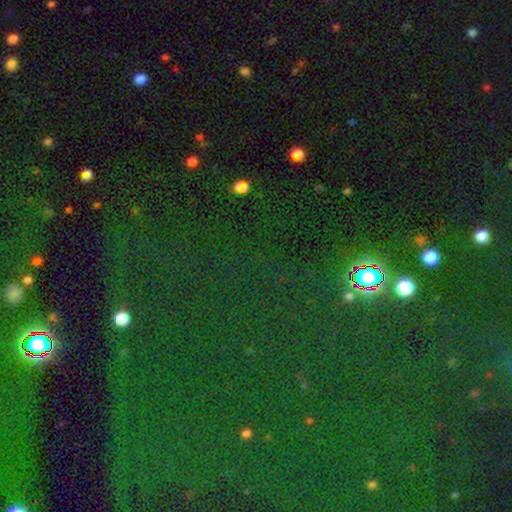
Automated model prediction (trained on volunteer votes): Q: Smooth or featured?
A: star or artifact (83%); runner-up: smooth (9%)